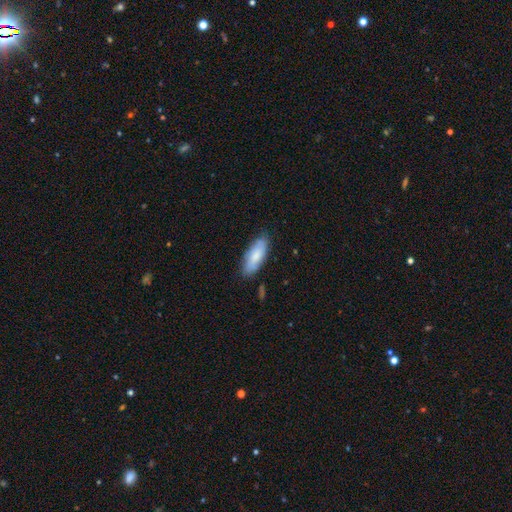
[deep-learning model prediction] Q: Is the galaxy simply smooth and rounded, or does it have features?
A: smooth — 78%.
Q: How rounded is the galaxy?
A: in between — 73%.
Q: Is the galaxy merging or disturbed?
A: none — 79%.